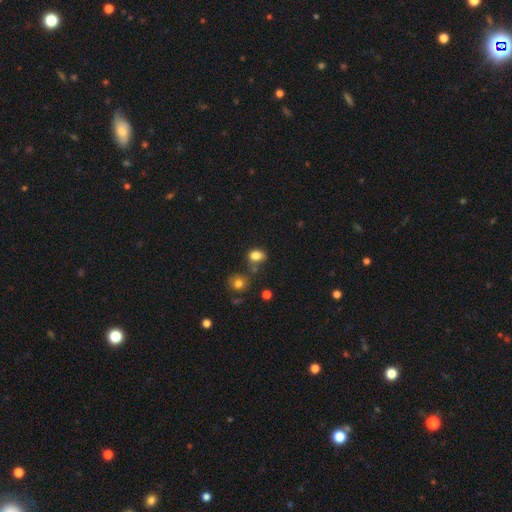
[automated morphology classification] Q: Smooth or featured?
A: smooth (82%); runner-up: star or artifact (12%)
Q: How rounded?
A: in between (64%); runner-up: round (35%)
Q: Merging?
A: none (61%); runner-up: minor disturbance (21%)